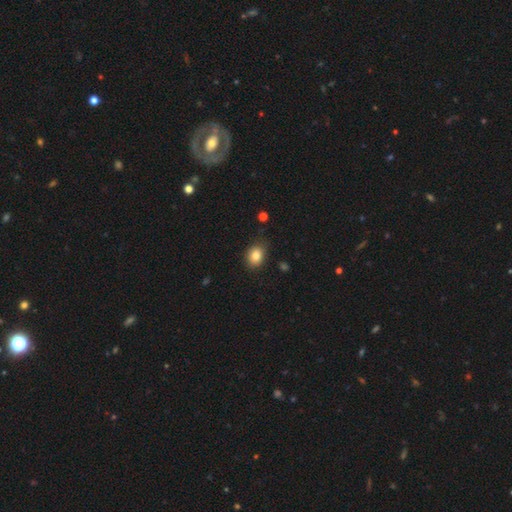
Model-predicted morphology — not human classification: Smooth or featured? Predicted: smooth (p=0.83). How rounded? Predicted: in between (p=0.53). Merging? Predicted: none (p=0.81).